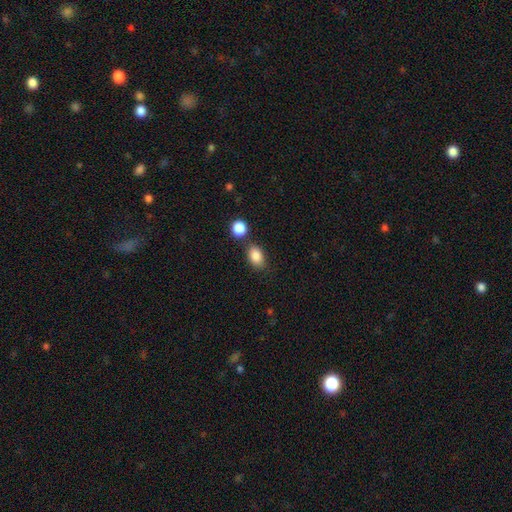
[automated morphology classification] This is clearly a smooth galaxy (86%). How rounded: clearly in between (82%). Merging: likely none (70%).